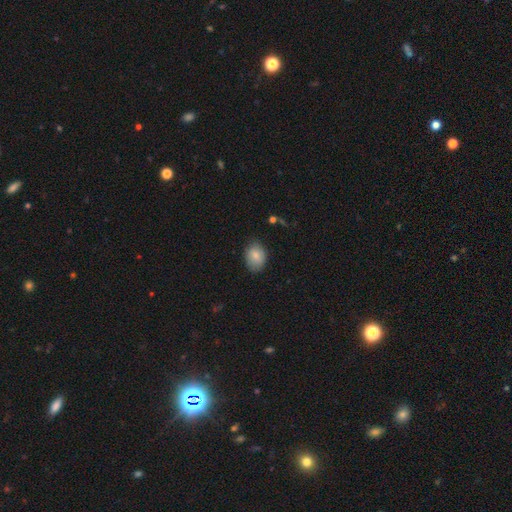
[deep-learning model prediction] smooth 82%, featured or disk 10%, star or artifact 8%. Down the decision tree: how rounded — in between (69%); merging — none (78%).